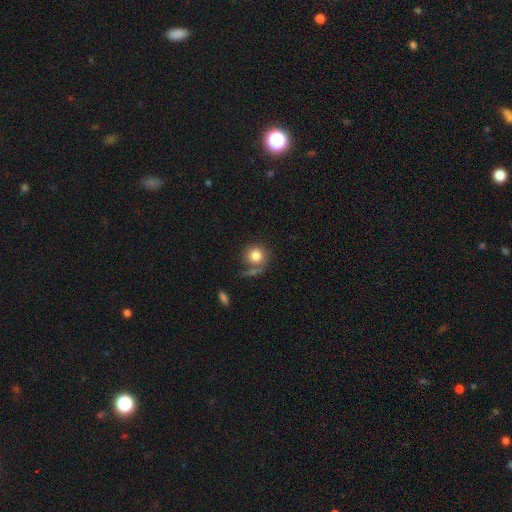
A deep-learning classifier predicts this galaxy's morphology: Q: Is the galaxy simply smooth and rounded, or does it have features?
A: smooth — 80%.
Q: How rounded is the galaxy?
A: round — 88%.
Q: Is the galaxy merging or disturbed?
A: none — 57%.